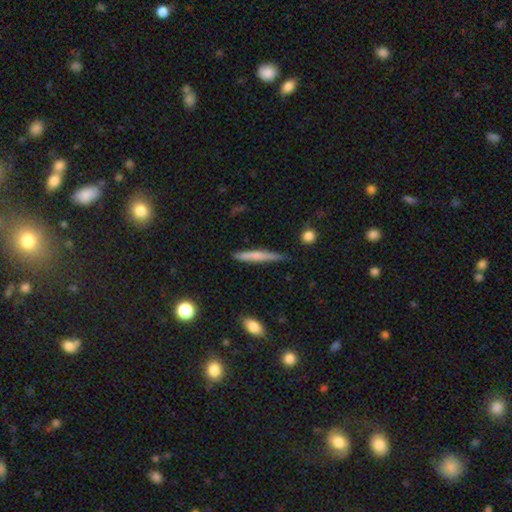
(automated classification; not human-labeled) Overall: smooth (59%; featured or disk 35%). How rounded: cigar-shaped (93%). Merging: none (79%).